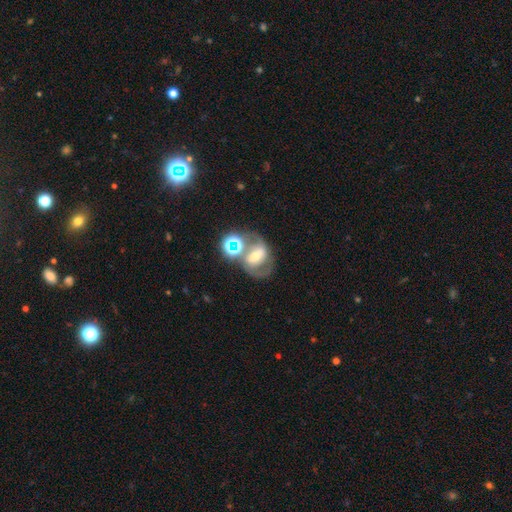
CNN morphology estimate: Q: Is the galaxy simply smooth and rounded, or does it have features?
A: featured or disk — 62%.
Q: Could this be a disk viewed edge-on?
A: no — 96%.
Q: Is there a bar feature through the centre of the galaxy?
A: strong — 43%.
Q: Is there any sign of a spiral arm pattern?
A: yes — 76%.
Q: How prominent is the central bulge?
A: moderate — 49%.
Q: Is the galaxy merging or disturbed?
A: none — 47%.